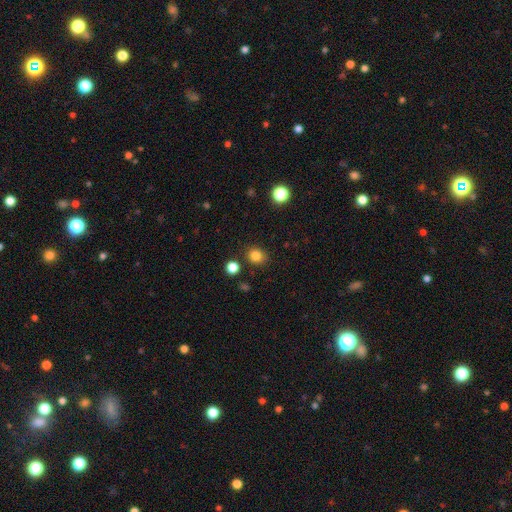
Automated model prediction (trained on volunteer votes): Overall: smooth (83%). How rounded: round (74%). Merging: none (85%).